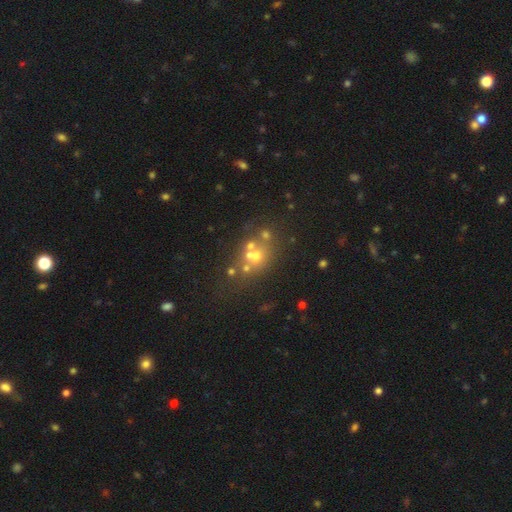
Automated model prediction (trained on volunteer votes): This appears to be a smooth galaxy with no disk features (44%). Merging: none (46%).